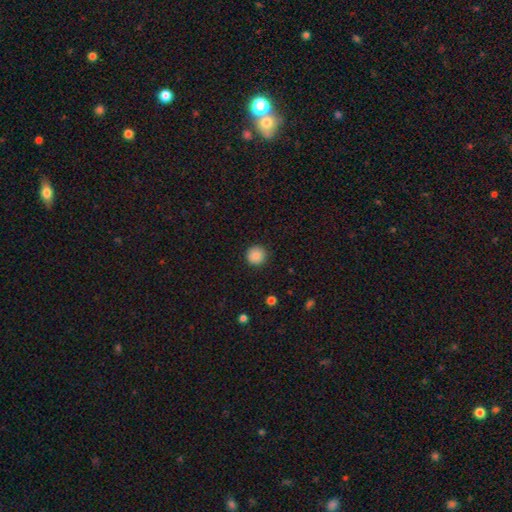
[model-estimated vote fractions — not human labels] Overall: smooth (88%). How rounded: round (95%). Merging: none (92%).